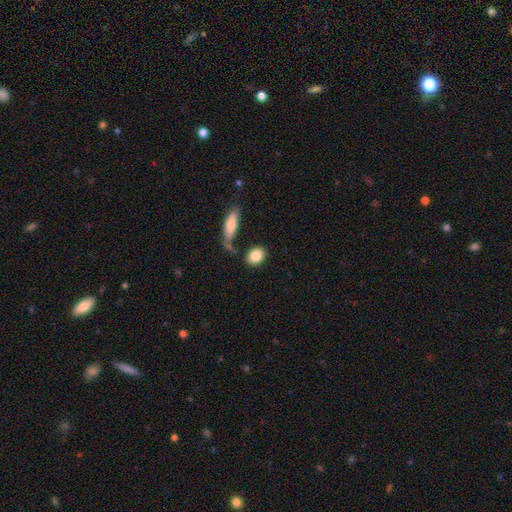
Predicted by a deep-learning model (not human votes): A smooth galaxy with no disk features (84%) that is in between round and cigar-shaped (50%).

Vote fractions:
- Smooth or featured? smooth: 84% / featured or disk: 8% / star or artifact: 8%
- How rounded? in between: 50% / round: 46% / cigar-shaped: 3%
- Merging? none: 74% / minor disturbance: 12% / merger: 11% / major disturbance: 4%